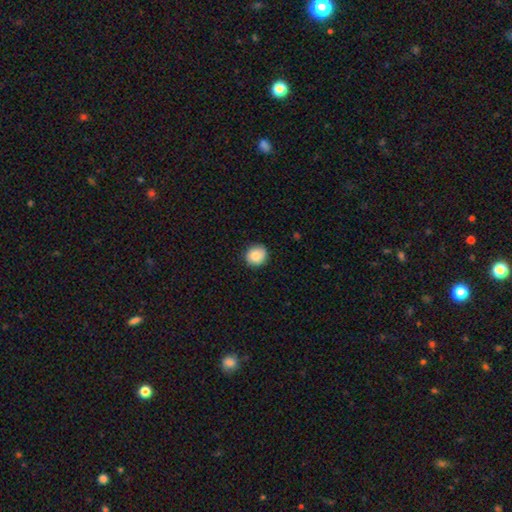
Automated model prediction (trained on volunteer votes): This appears to be a smooth galaxy with no disk features (85%) that is round (87%). Merging: none (85%).